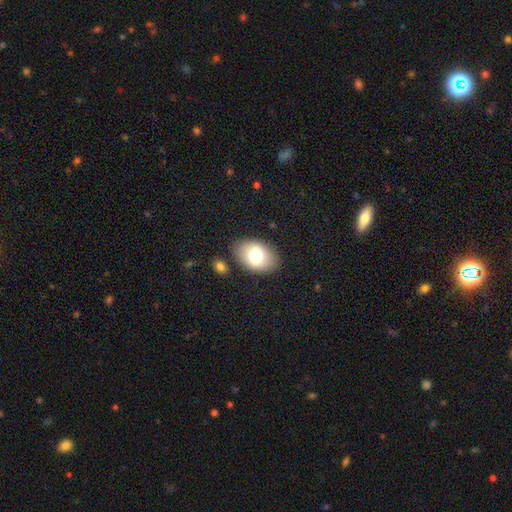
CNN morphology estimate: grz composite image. It shows a smooth galaxy with no disk features (75%) that is in between round and cigar-shaped (86%). Merging: none (83%).